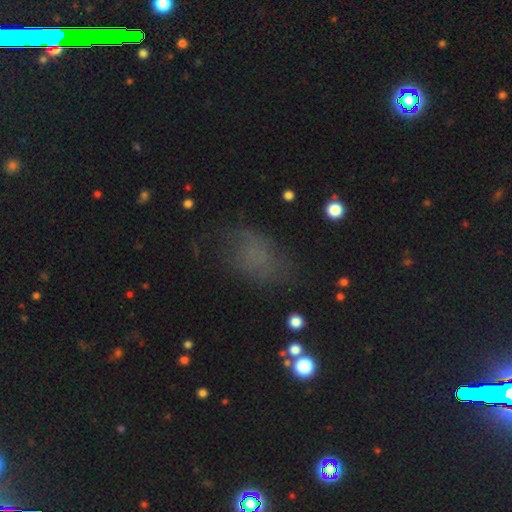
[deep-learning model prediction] smooth 60%, star or artifact 25%, featured or disk 15%. Down the decision tree: how rounded — in between (81%); merging — none (61%).